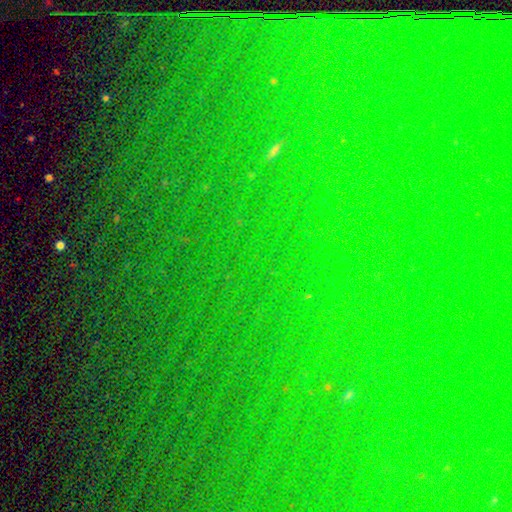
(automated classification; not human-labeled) Smooth or featured? Predicted: star or artifact (p=0.84).